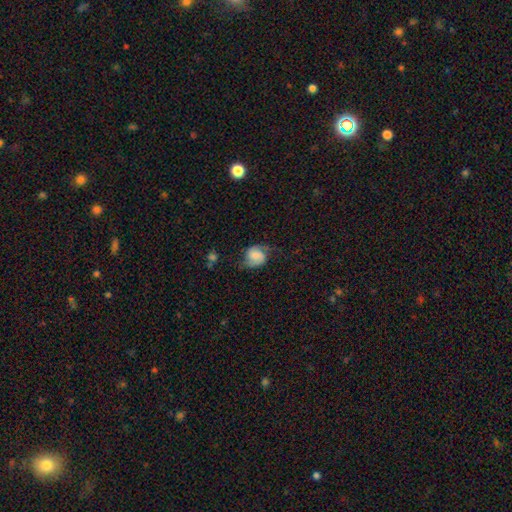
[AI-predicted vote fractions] Q: Smooth or featured?
A: featured or disk (55%); runner-up: smooth (35%)
Q: Edge-on disk?
A: no (98%); runner-up: yes (2%)
Q: Bar?
A: no (53%); runner-up: weak (36%)
Q: Spiral arms?
A: yes (92%); runner-up: no (8%)
Q: Bulge size?
A: none (38%); runner-up: small (18%)
Q: Merging?
A: none (61%); runner-up: minor disturbance (24%)